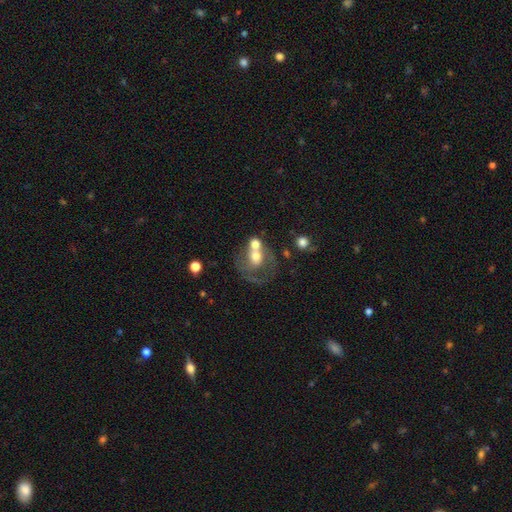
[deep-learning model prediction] Smooth or featured?
  - featured or disk: 46% *
  - smooth: 44%
  - star or artifact: 9%
Merging?
  - merger: 55% *
  - none: 18%
  - major disturbance: 17%
  - minor disturbance: 10%